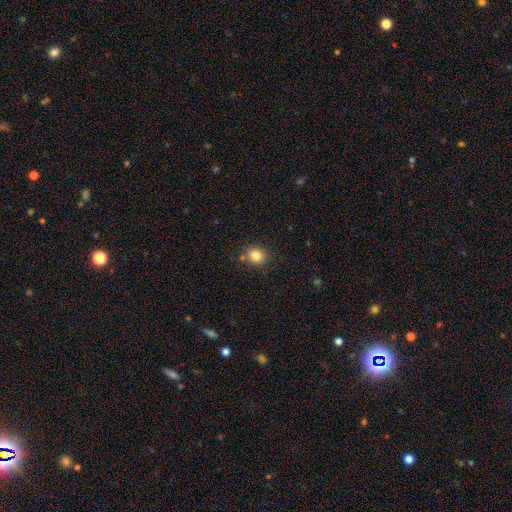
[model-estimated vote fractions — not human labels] Smooth or featured?
  - smooth: 83% *
  - star or artifact: 12%
  - featured or disk: 6%
How rounded?
  - round: 85% *
  - in between: 14%
  - cigar-shaped: 1%
Merging?
  - none: 82% *
  - minor disturbance: 10%
  - merger: 5%
  - major disturbance: 3%